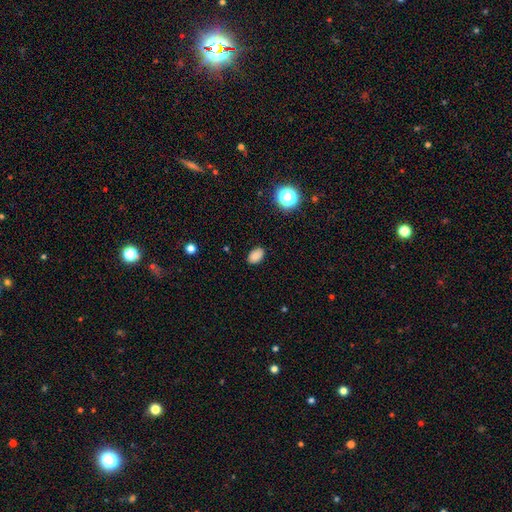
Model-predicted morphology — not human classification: Smooth or featured: smooth — 84% (star or artifact — 12%)
How rounded: in between — 85% (round — 14%)
Merging: none — 85% (minor disturbance — 12%)